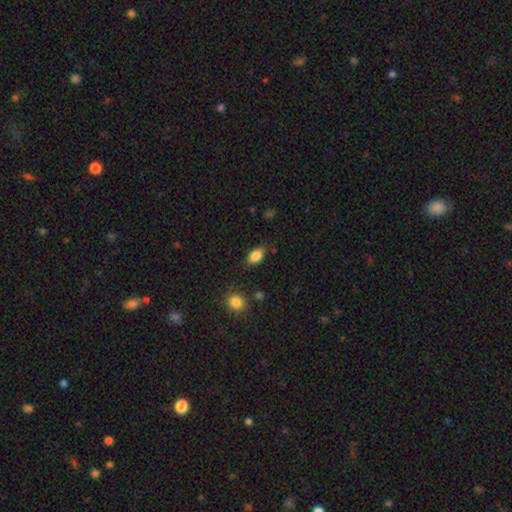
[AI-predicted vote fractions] Smooth or featured: smooth — 85% (star or artifact — 9%)
How rounded: in between — 88% (round — 9%)
Merging: none — 81% (minor disturbance — 13%)